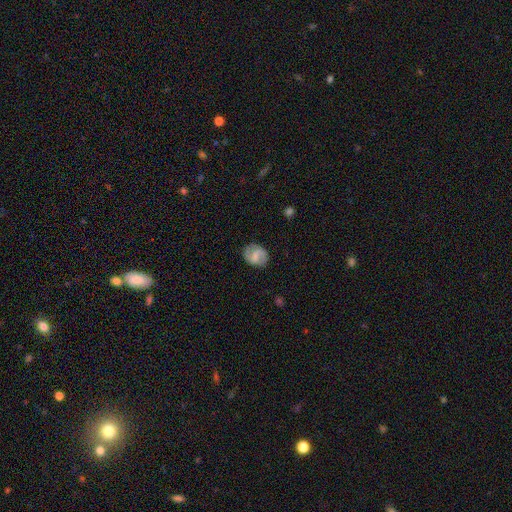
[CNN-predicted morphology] Smooth or featured? Predicted: featured or disk (p=0.62). Edge-on disk? Predicted: no (p=0.98). Bar? Predicted: weak (p=0.51). Spiral arms? Predicted: yes (p=0.87). Spiral winding? Predicted: medium (p=0.47). Spiral arm count? Predicted: 2 (p=0.85). Bulge size? Predicted: small (p=0.37). Merging? Predicted: none (p=0.78).